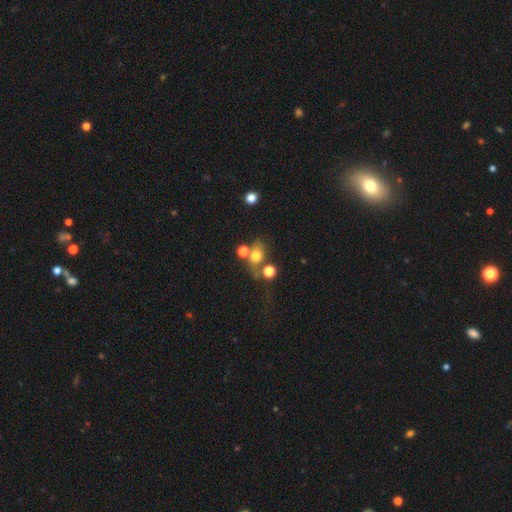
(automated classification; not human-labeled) Smooth or featured?
  - smooth: 69% *
  - star or artifact: 17%
  - featured or disk: 15%
How rounded?
  - round: 54% *
  - in between: 44%
  - cigar-shaped: 2%
Merging?
  - none: 47% *
  - merger: 28%
  - minor disturbance: 14%
  - major disturbance: 10%